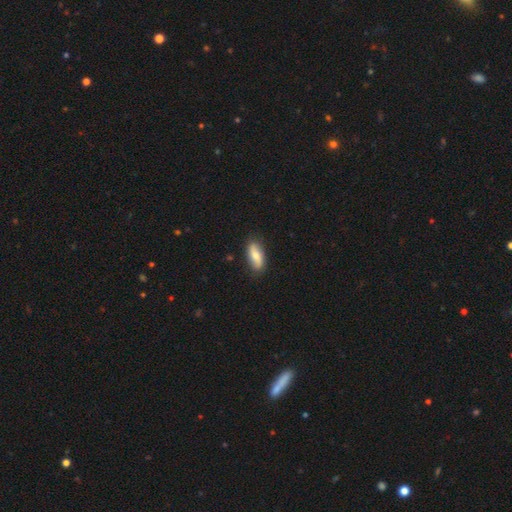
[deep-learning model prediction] Q: Smooth or featured?
A: smooth (64%); runner-up: featured or disk (30%)
Q: How rounded?
A: in between (80%); runner-up: cigar-shaped (17%)
Q: Merging?
A: none (84%); runner-up: minor disturbance (13%)